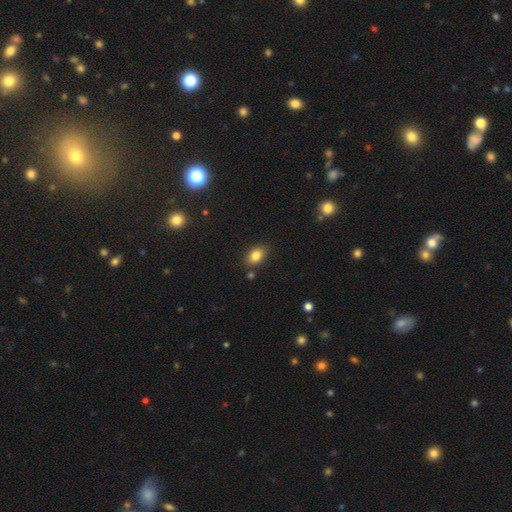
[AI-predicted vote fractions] Overall: smooth (83%). How rounded: in between (79%). Merging: none (82%).